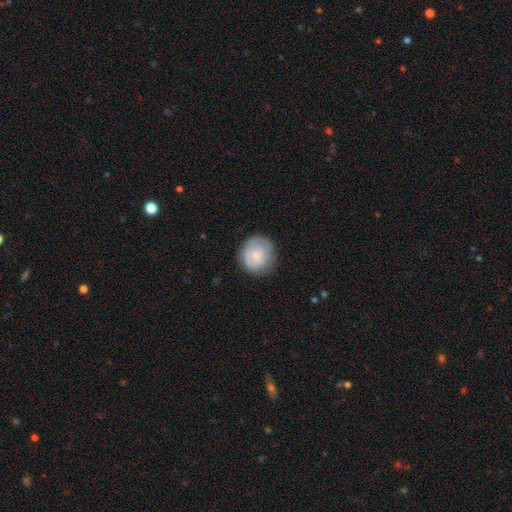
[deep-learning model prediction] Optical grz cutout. It shows a smooth galaxy with no disk features (60%) that is round (85%). Merging: none (73%).